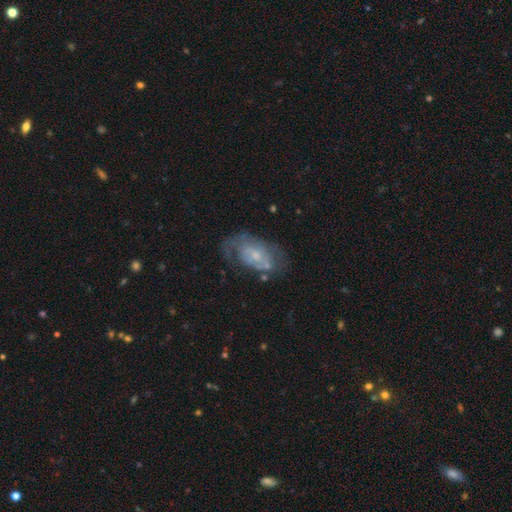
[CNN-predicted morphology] Overall: featured or disk (65%; smooth 27%). Edge-on disk: no (95%). Bar: no (73%). Spiral arms: yes (69%; no 31%). Bulge size: small (60%; moderate 29%). Merging: none (50%; minor disturbance 25%).